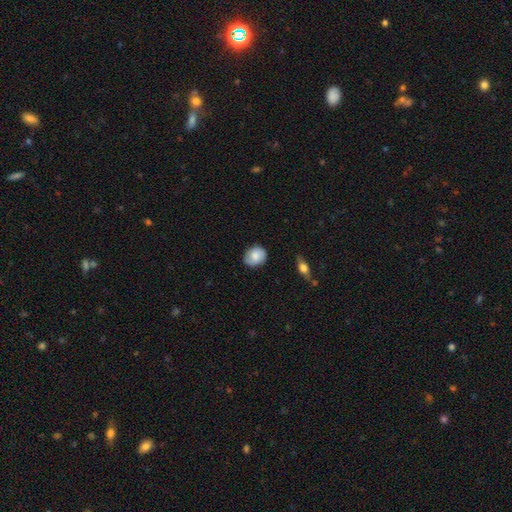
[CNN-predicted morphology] Smooth or featured: smooth — 76% (featured or disk — 16%)
How rounded: round — 60% (in between — 39%)
Merging: none — 81% (minor disturbance — 15%)